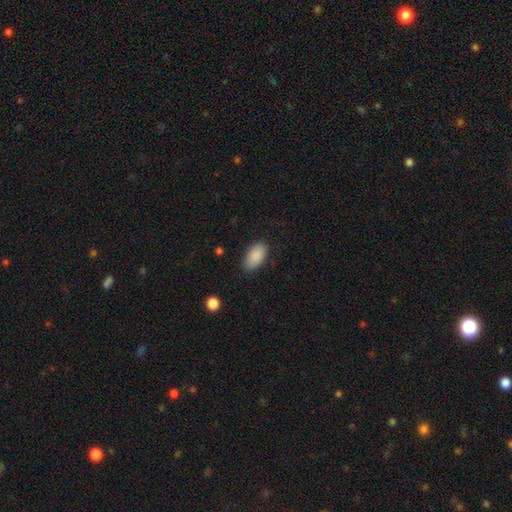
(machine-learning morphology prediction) The model was most divided on "merging": none: 81%, minor disturbance: 15%, major disturbance: 3%, merger: 1%. More confident: how rounded — in between (94%); smooth or featured — smooth (89%).